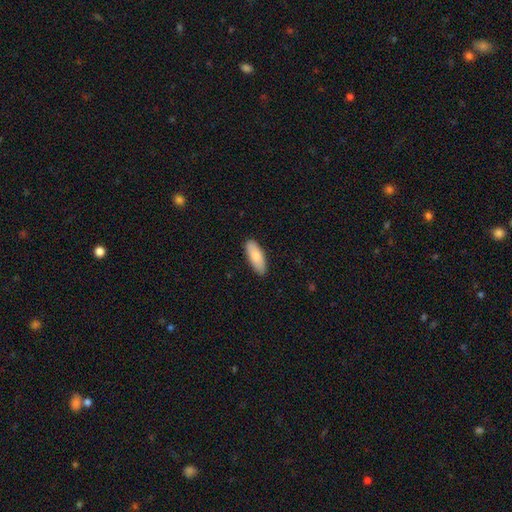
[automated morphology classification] smooth_or_featured: smooth (p=0.81) [alt: featured or disk p=0.14]
how_rounded: in between (p=0.73) [alt: cigar-shaped p=0.25]
merging: none (p=0.88) [alt: minor disturbance p=0.10]